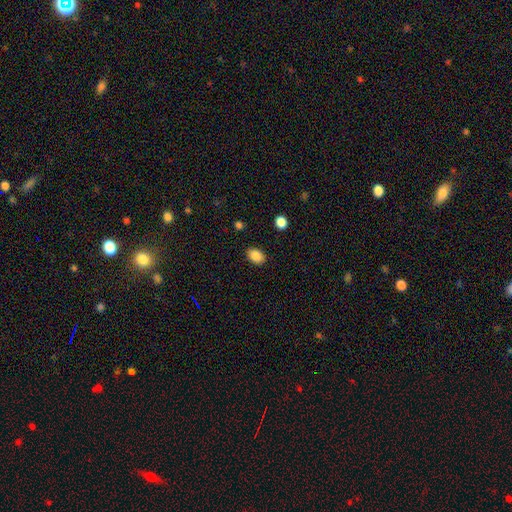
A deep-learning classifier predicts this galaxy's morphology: Smooth or featured: smooth — 87% (star or artifact — 9%)
How rounded: in between — 73% (round — 26%)
Merging: none — 87% (minor disturbance — 9%)